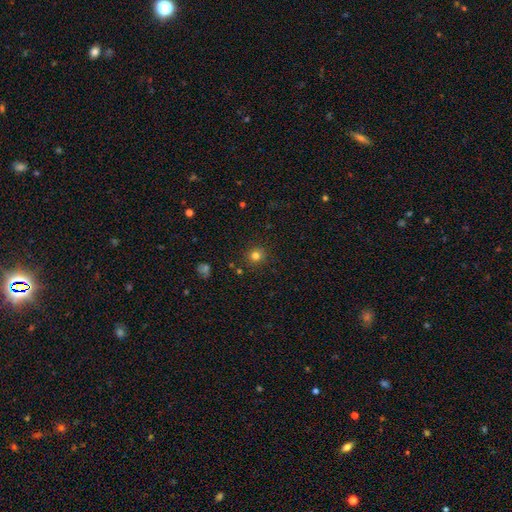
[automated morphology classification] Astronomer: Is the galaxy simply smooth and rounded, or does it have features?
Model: smooth — 79%.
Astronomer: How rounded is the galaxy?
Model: round — 92%.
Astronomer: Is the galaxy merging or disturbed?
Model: none — 89%.